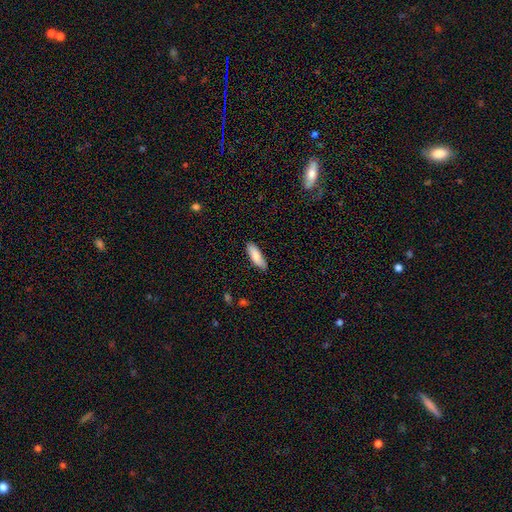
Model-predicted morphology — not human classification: Smooth or featured? smooth (86%)
How rounded? in between (53%)
Merging? none (85%)